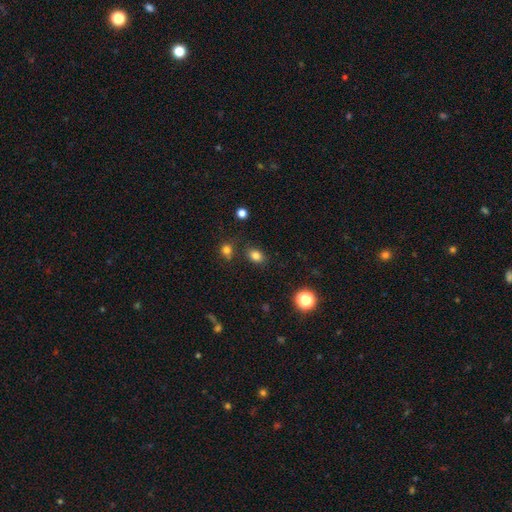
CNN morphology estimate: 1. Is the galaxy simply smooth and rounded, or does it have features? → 81% smooth, 13% star or artifact, 6% featured or disk.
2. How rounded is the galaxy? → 66% in between, 33% round, 1% cigar-shaped.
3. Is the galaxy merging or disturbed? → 80% none, 11% minor disturbance, 5% merger, 3% major disturbance.